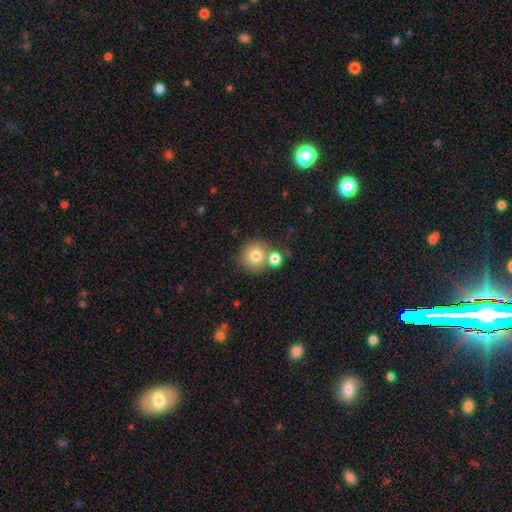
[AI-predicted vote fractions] This appears to be a smooth galaxy with no disk features (78%) that is round (90%). Merging: none (61%).